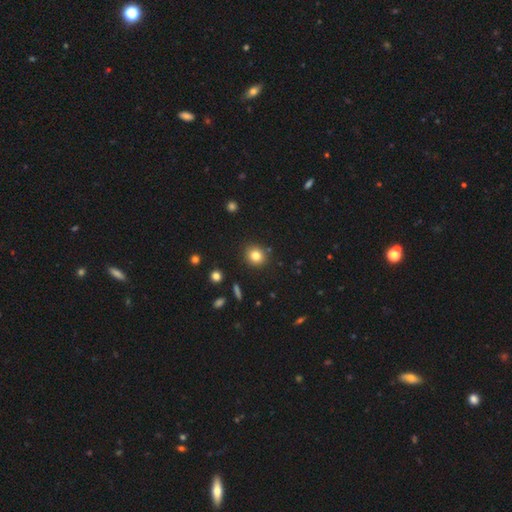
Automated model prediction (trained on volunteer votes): smooth-or-featured: smooth: 80% | star or artifact: 12% | featured or disk: 8%
  how-rounded: round: 86% | in between: 14% | cigar-shaped: 1%
  merging: none: 89% | minor disturbance: 7% | merger: 2% | major disturbance: 2%